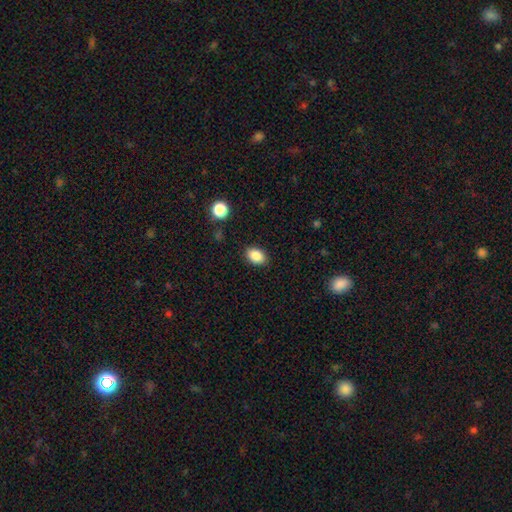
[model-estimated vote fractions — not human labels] The model was most divided on "how rounded": in between: 82%, round: 17%, cigar-shaped: 1%. More confident: merging — none (87%); smooth or featured — smooth (86%).